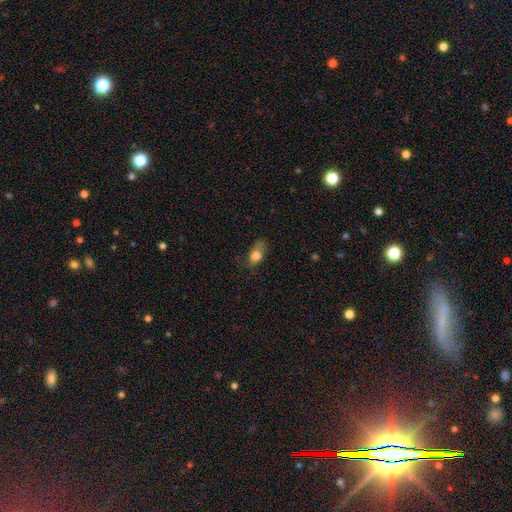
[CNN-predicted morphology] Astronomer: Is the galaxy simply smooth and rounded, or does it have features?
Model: smooth — 76%.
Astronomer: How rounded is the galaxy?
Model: in between — 77%.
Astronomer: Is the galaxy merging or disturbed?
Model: none — 49% (runner-up: minor disturbance, 32%).